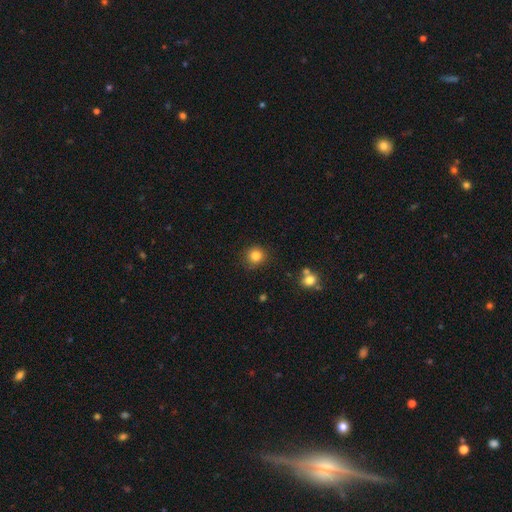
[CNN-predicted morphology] The model was most divided on "smooth or featured": smooth: 84%, star or artifact: 11%, featured or disk: 5%. More confident: how rounded — round (91%); merging — none (88%).